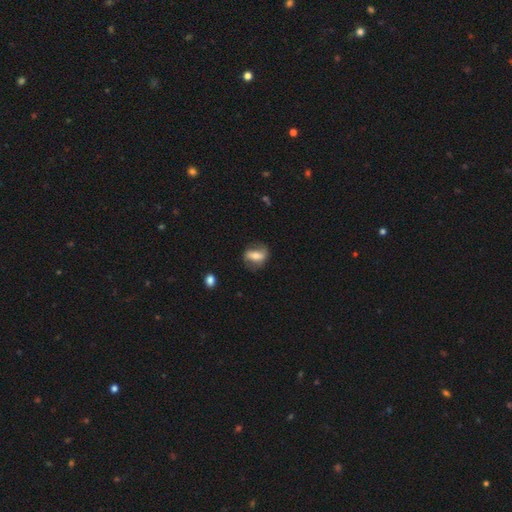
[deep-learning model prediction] featured or disk 52%, smooth 41%, star or artifact 7%. Down the decision tree: edge-on disk — no (86%); merging — none (70%).